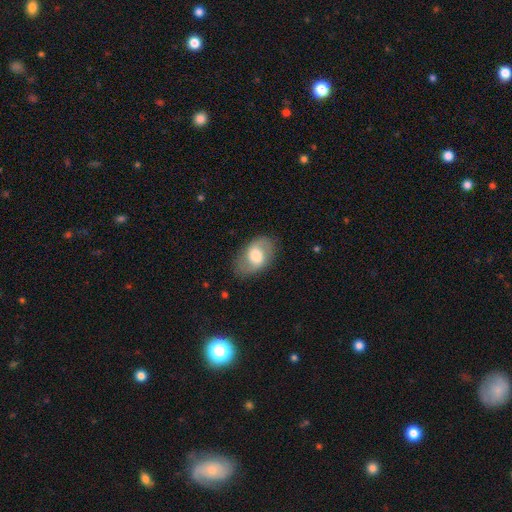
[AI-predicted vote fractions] A smooth galaxy with no disk features (48%).

Vote fractions:
- Smooth or featured? smooth: 48% / featured or disk: 45% / star or artifact: 7%
- Merging? none: 78% / minor disturbance: 15% / major disturbance: 6% / merger: 1%